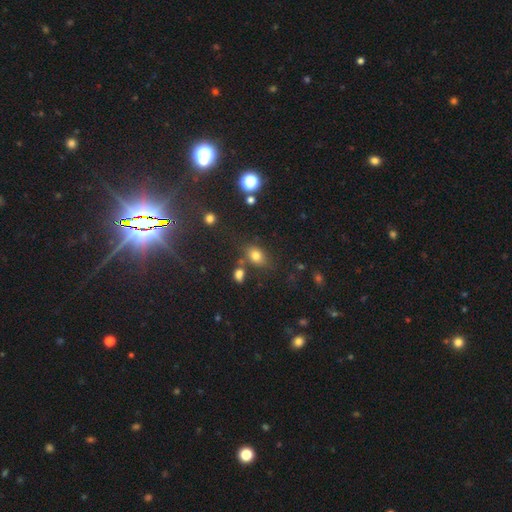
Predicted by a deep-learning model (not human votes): Smooth or featured?
  - smooth: 76% *
  - star or artifact: 15%
  - featured or disk: 9%
How rounded?
  - in between: 67% *
  - round: 31%
  - cigar-shaped: 2%
Merging?
  - none: 68% *
  - minor disturbance: 15%
  - merger: 12%
  - major disturbance: 5%